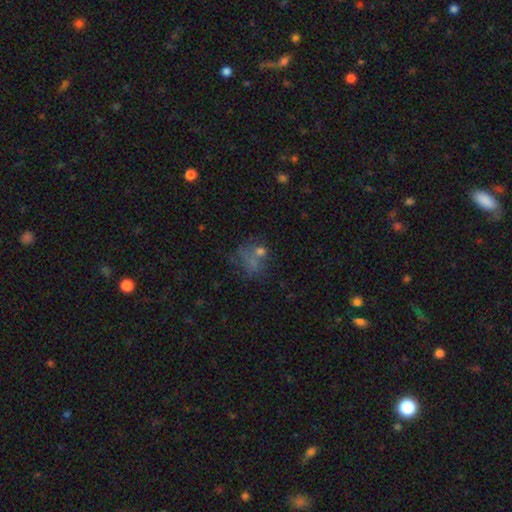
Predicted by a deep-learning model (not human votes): Q: Smooth or featured?
A: smooth (50%); runner-up: featured or disk (26%)
Q: How rounded?
A: round (58%); runner-up: in between (41%)
Q: Merging?
A: none (38%); runner-up: major disturbance (25%)